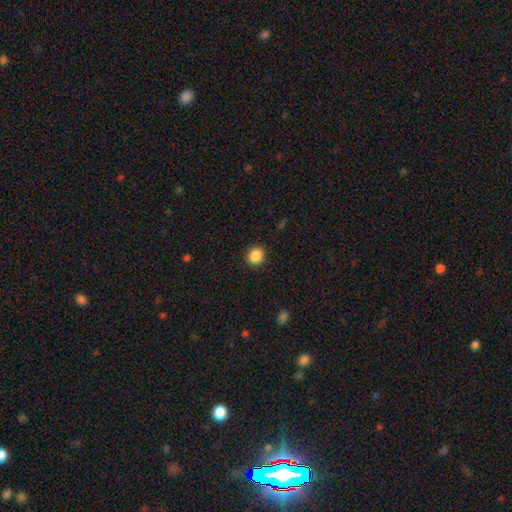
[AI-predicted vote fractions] Q: Smooth or featured?
A: smooth (88%); runner-up: star or artifact (9%)
Q: How rounded?
A: round (79%); runner-up: in between (20%)
Q: Merging?
A: none (91%); runner-up: minor disturbance (6%)